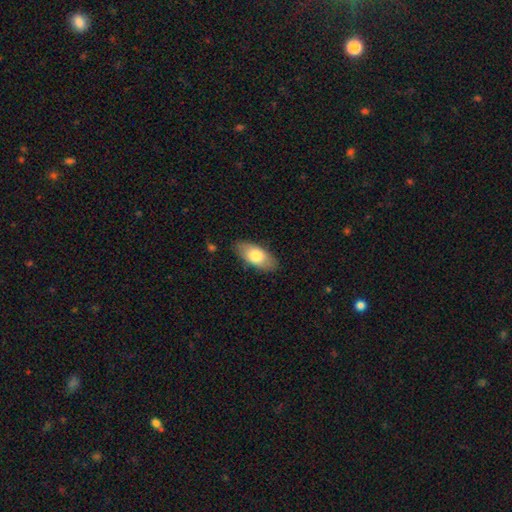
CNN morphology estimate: This appears to be a smooth galaxy with no disk features (76%) that is in between round and cigar-shaped (90%). Merging: none (84%).